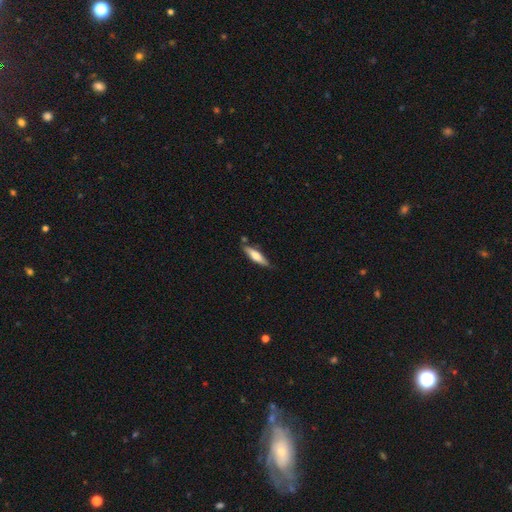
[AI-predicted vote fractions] Overall: smooth (59%; featured or disk 35%). How rounded: cigar-shaped (71%). Merging: none (76%).